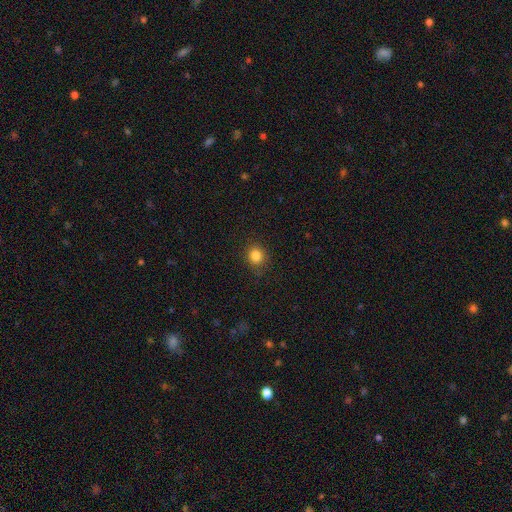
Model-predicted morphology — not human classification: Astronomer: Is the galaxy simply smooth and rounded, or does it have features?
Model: smooth — 84%.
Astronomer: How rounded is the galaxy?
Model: round — 79%.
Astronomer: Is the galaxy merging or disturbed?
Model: none — 84%.